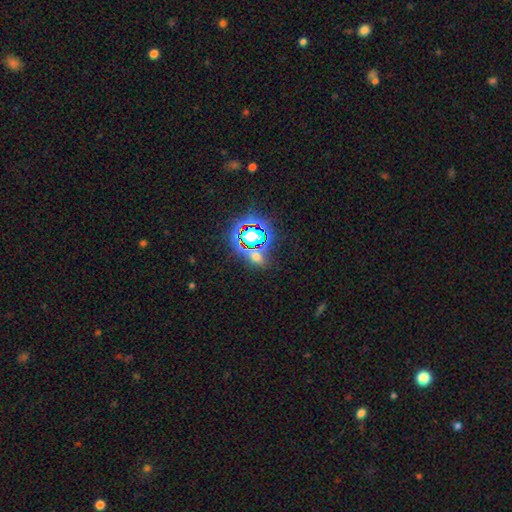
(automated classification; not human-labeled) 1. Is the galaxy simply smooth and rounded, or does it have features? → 58% star or artifact, 32% smooth, 10% featured or disk.